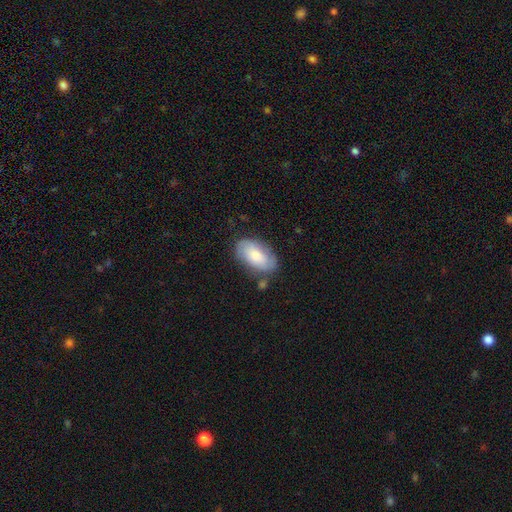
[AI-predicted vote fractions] Smooth or featured? smooth (68%)
How rounded? in between (94%)
Merging? none (70%)